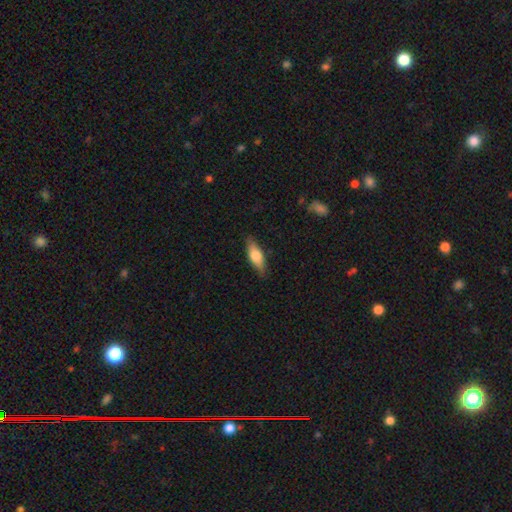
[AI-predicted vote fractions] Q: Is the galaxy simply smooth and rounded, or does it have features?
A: smooth — 68%.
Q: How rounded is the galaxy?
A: in between — 58%.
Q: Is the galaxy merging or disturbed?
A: none — 85%.